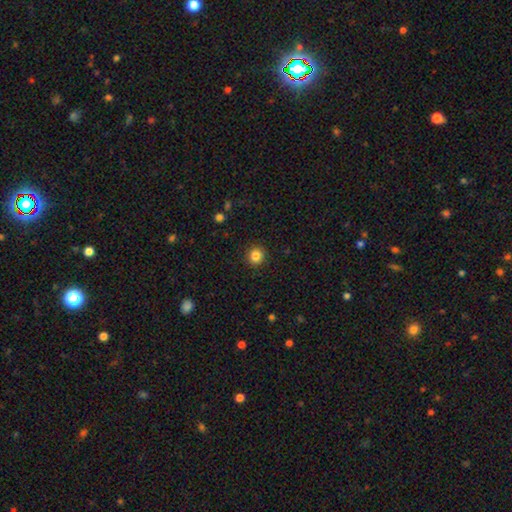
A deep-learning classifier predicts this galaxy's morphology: The model was most divided on "smooth or featured": smooth: 85%, star or artifact: 11%, featured or disk: 4%. More confident: merging — none (91%); how rounded — round (88%).